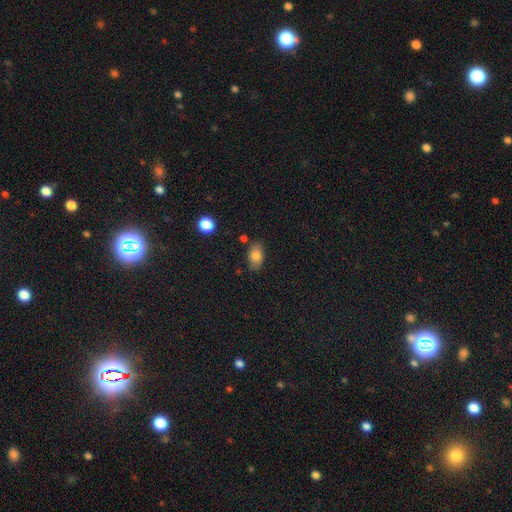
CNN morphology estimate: Smooth or featured: smooth — 82% (featured or disk — 10%)
How rounded: in between — 89% (round — 9%)
Merging: none — 80% (minor disturbance — 14%)